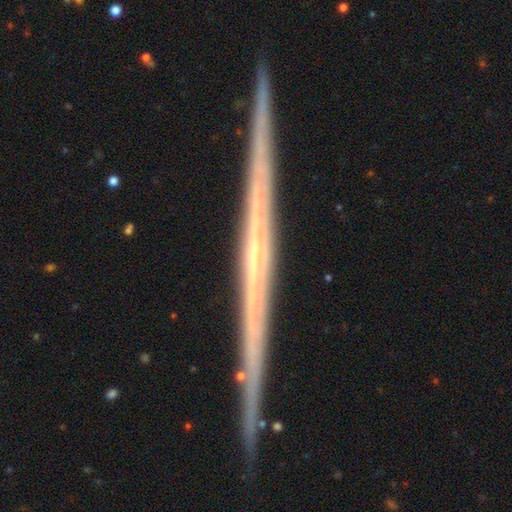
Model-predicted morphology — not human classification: Q: Smooth or featured?
A: featured or disk (77%); runner-up: smooth (15%)
Q: Edge-on disk?
A: yes (98%); runner-up: no (2%)
Q: Edge-on bulge?
A: none (86%); runner-up: rounded (9%)
Q: Merging?
A: none (90%); runner-up: minor disturbance (7%)